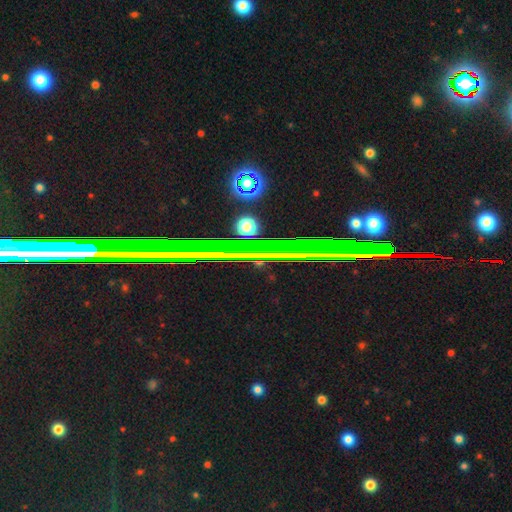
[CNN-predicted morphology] smooth-or-featured: star or artifact: 78% | featured or disk: 13% | smooth: 10%